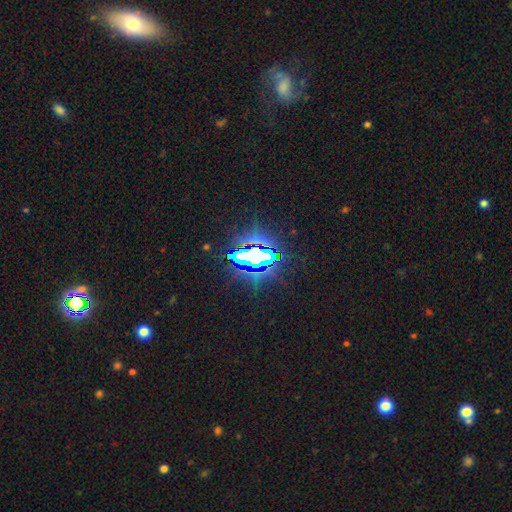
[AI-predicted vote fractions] This appears to be a star or artifact, not a galaxy (74%).